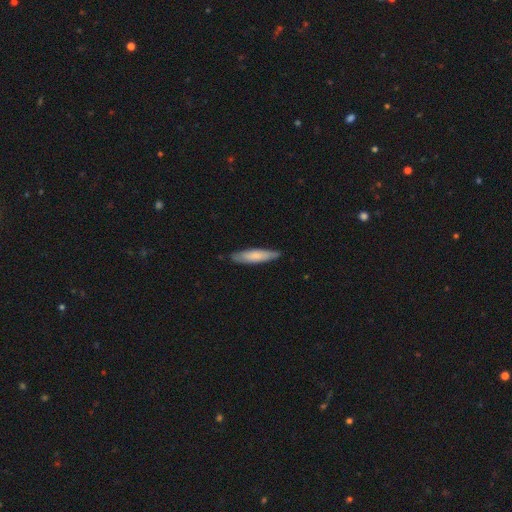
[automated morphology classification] Smooth or featured: smooth — 74% (featured or disk — 21%)
How rounded: cigar-shaped — 79% (in between — 20%)
Merging: none — 83% (minor disturbance — 14%)